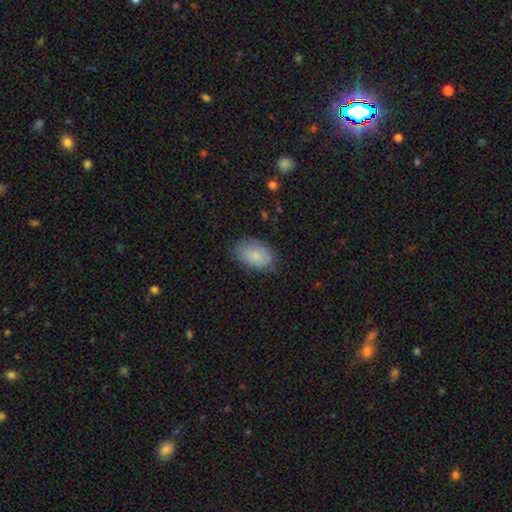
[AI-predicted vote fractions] Morphology: type=smooth (84%); roundness=in between (90%); merging=none (77%).